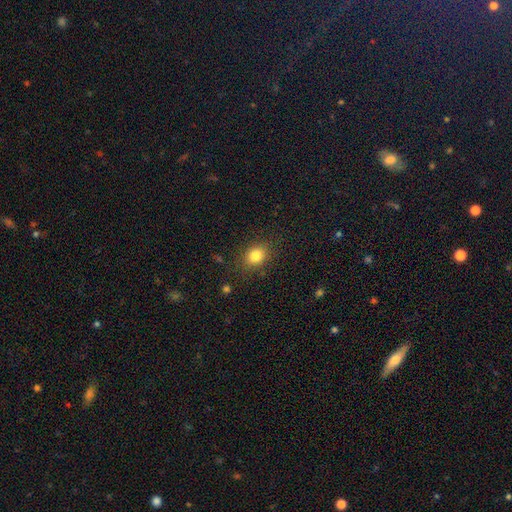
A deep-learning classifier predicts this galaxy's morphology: This is clearly a smooth galaxy (83%). How rounded: possibly in between (54%). Merging: clearly none (83%).